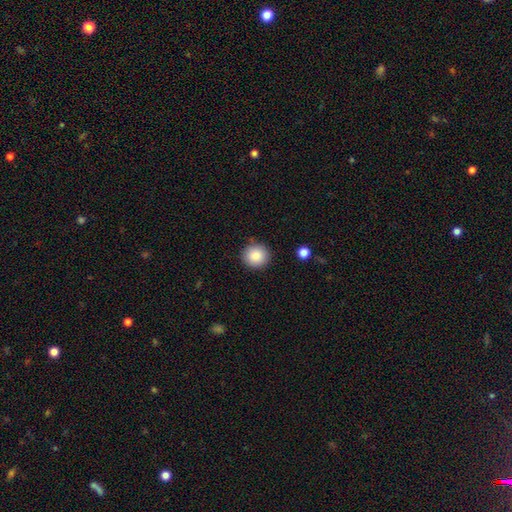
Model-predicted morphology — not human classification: This appears to be a smooth galaxy with no disk features (86%) that is round (92%). Merging: none (89%).